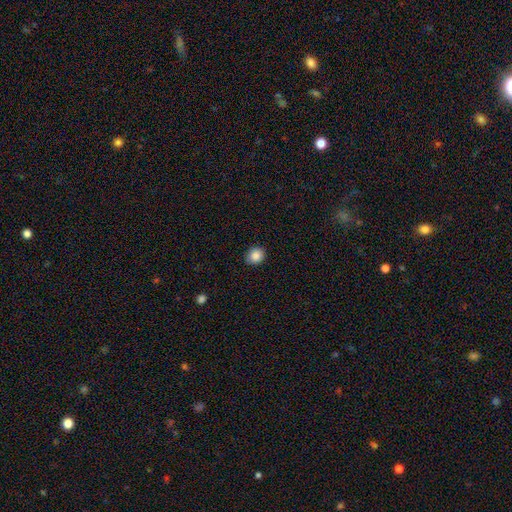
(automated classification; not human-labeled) This appears to be a smooth galaxy with no disk features (87%) that is round (67%). Merging: none (89%).